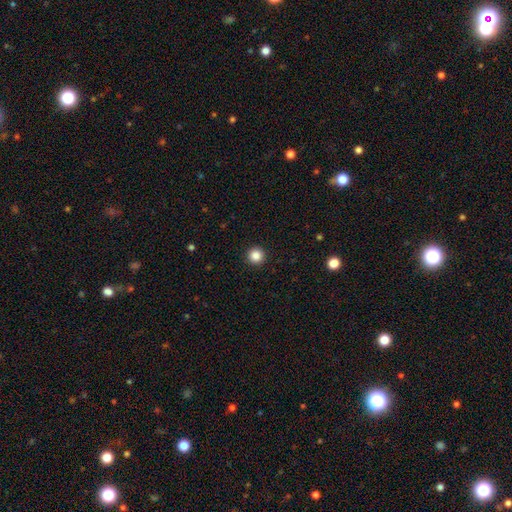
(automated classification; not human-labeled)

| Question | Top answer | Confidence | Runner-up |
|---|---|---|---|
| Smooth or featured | smooth | 86% | star or artifact (10%) |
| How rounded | round | 97% | in between (3%) |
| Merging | none | 94% | minor disturbance (4%) |